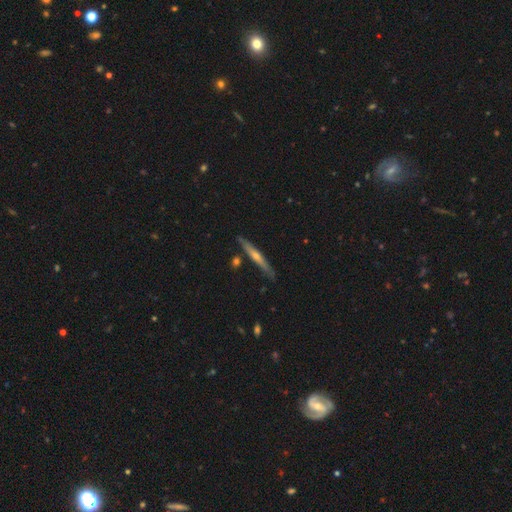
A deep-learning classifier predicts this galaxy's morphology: type=featured or disk (64%); edge-on=yes (96%); edge-on bulge=rounded (71%); merging=none (85%).